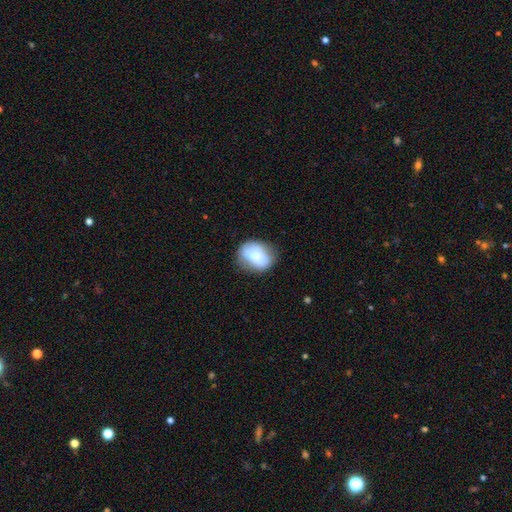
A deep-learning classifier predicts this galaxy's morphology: Smooth or featured?
  - smooth: 78% *
  - featured or disk: 15%
  - star or artifact: 7%
How rounded?
  - in between: 66% *
  - round: 33%
  - cigar-shaped: 1%
Merging?
  - none: 60% *
  - minor disturbance: 28%
  - major disturbance: 8%
  - merger: 3%